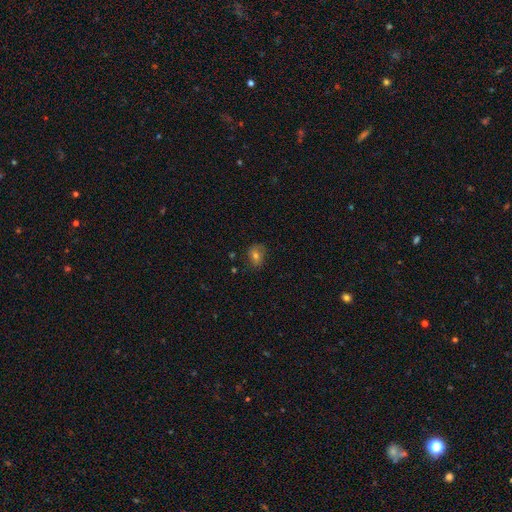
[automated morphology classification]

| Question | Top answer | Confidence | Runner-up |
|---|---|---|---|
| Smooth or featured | smooth | 62% | featured or disk (22%) |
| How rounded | round | 50% | in between (48%) |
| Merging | none | 75% | minor disturbance (19%) |